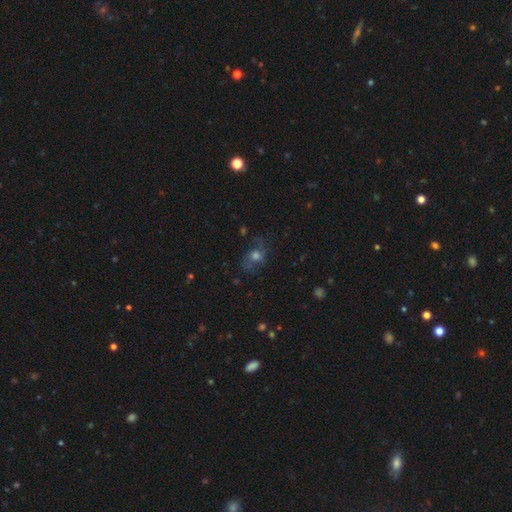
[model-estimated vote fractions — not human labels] This appears to be a smooth galaxy with no disk features (47%). Merging: none (60%).